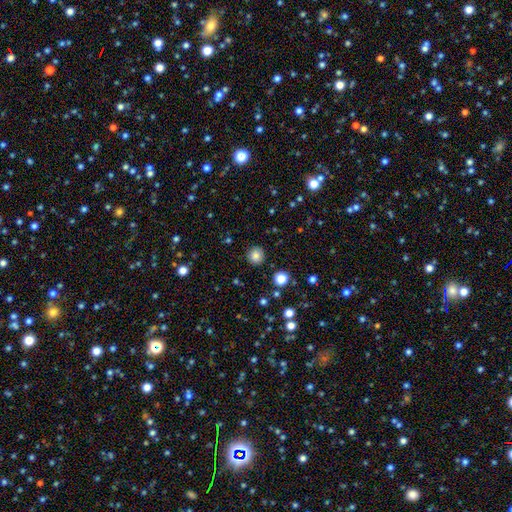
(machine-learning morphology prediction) smooth_or_featured: smooth (p=0.83) [alt: star or artifact p=0.11]
how_rounded: round (p=0.93) [alt: in between p=0.06]
merging: none (p=0.91) [alt: minor disturbance p=0.06]